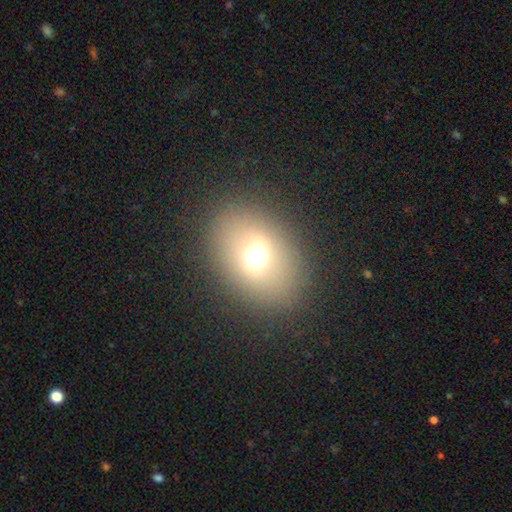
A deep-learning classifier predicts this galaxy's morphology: smooth_or_featured: smooth (p=0.64) [alt: star or artifact p=0.19]
how_rounded: in between (p=0.60) [alt: round p=0.39]
merging: none (p=0.83) [alt: minor disturbance p=0.09]